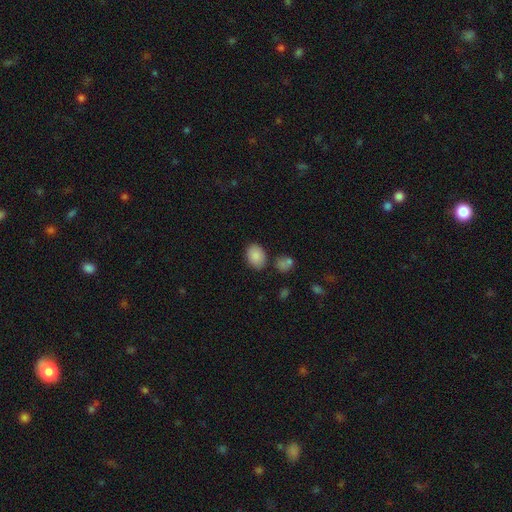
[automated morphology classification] smooth_or_featured: smooth (p=0.87) [alt: star or artifact p=0.08]
how_rounded: in between (p=0.77) [alt: round p=0.22]
merging: none (p=0.76) [alt: minor disturbance p=0.13]